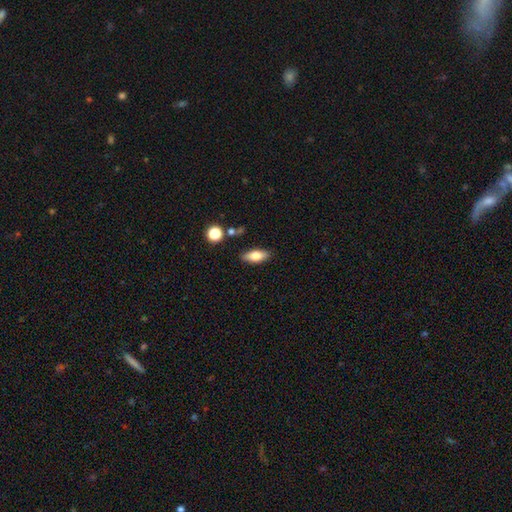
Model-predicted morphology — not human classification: smooth_or_featured: smooth (p=0.73) [alt: featured or disk p=0.19]
how_rounded: in between (p=0.78) [alt: cigar-shaped p=0.18]
merging: none (p=0.84) [alt: minor disturbance p=0.11]